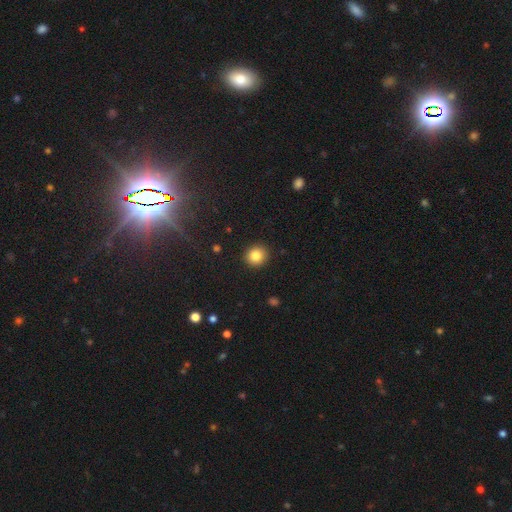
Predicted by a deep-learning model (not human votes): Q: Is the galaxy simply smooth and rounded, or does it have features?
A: smooth — 84%.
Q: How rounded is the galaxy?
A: round — 90%.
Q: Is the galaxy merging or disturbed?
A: none — 92%.